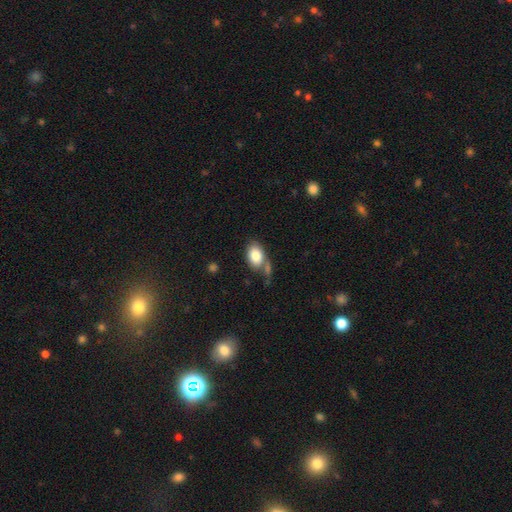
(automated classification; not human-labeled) The model was most divided on "merging": none: 54%, minor disturbance: 20%, merger: 18%, major disturbance: 9%. More confident: how rounded — in between (86%); smooth or featured — smooth (82%).